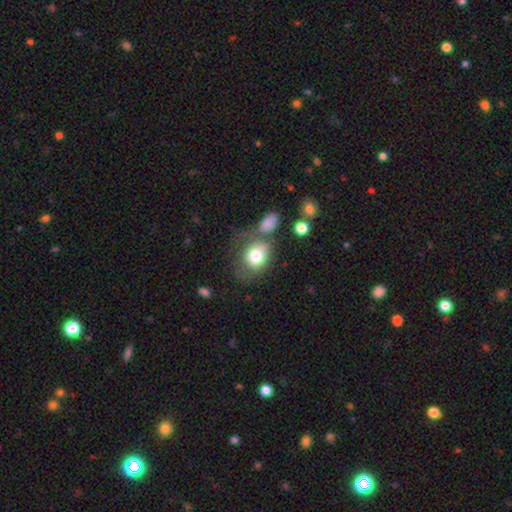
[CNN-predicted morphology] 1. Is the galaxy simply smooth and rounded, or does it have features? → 75% smooth, 17% featured or disk, 8% star or artifact.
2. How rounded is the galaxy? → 56% round, 43% in between, 1% cigar-shaped.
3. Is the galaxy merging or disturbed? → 41% none, 22% minor disturbance, 19% major disturbance, 18% merger.